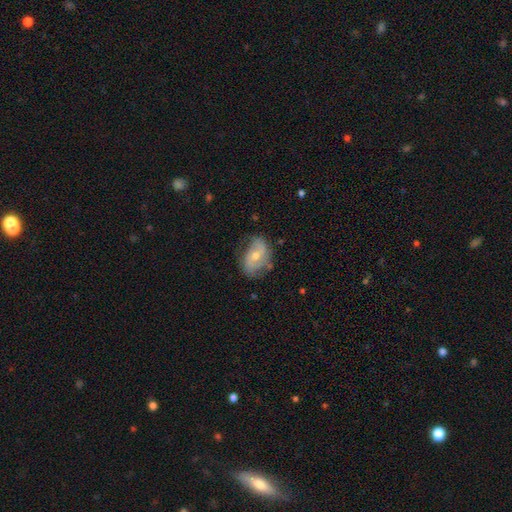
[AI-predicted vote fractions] A featured or disk galaxy (60%) with no bar (63%), spiral arms (75%) and a moderate central bulge (62%). Merging: none (60%).